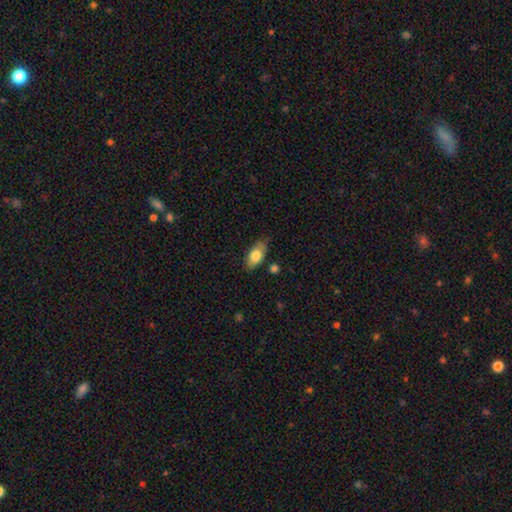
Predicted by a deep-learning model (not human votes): Smooth or featured: smooth — 77% (featured or disk — 17%)
How rounded: in between — 89% (cigar-shaped — 7%)
Merging: none — 78% (minor disturbance — 16%)